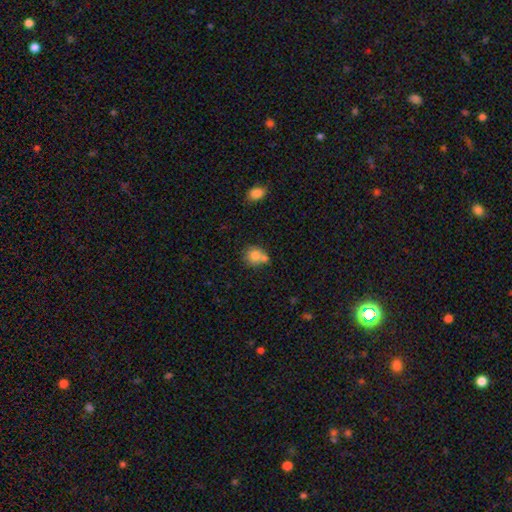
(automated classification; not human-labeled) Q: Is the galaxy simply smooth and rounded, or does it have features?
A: smooth — 76%.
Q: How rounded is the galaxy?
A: round — 78%.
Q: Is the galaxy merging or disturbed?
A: none — 47%.